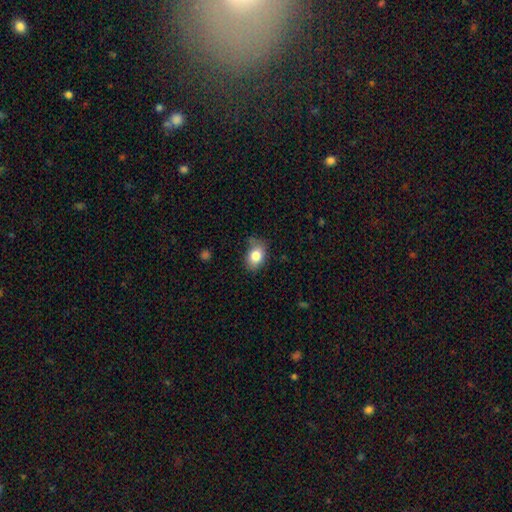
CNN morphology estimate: smooth_or_featured: smooth (p=0.82) [alt: featured or disk p=0.09]
how_rounded: in between (p=0.71) [alt: round p=0.28]
merging: none (p=0.68) [alt: minor disturbance p=0.24]